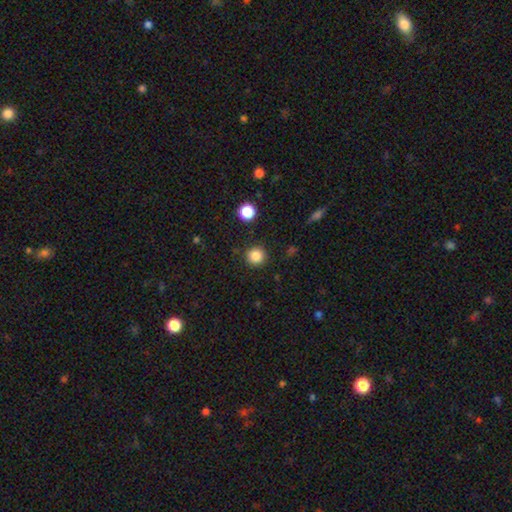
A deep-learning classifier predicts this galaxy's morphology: type=smooth (85%); roundness=round (94%); merging=none (90%).